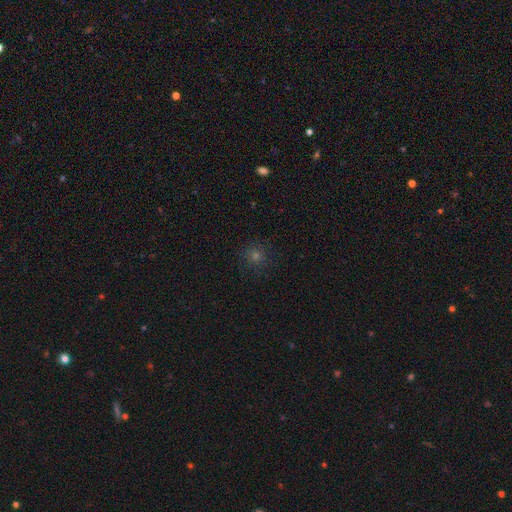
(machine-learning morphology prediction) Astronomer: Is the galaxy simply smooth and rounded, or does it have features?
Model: smooth — 60%.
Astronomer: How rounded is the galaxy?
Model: round — 93%.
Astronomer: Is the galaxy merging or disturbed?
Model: none — 89%.